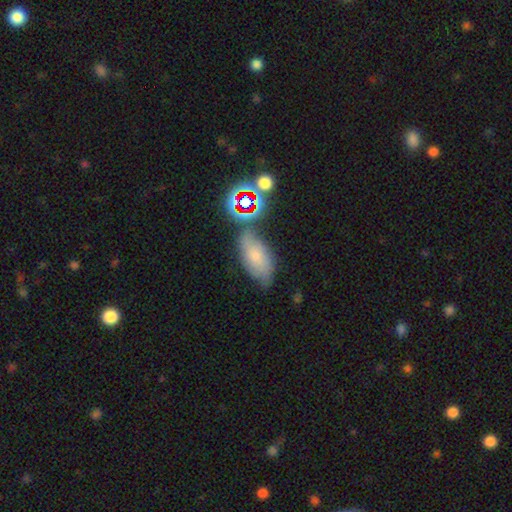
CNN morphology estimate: smooth_or_featured: smooth (p=0.51) [alt: featured or disk p=0.30]
how_rounded: in between (p=0.88) [alt: round p=0.07]
merging: none (p=0.55) [alt: minor disturbance p=0.25]